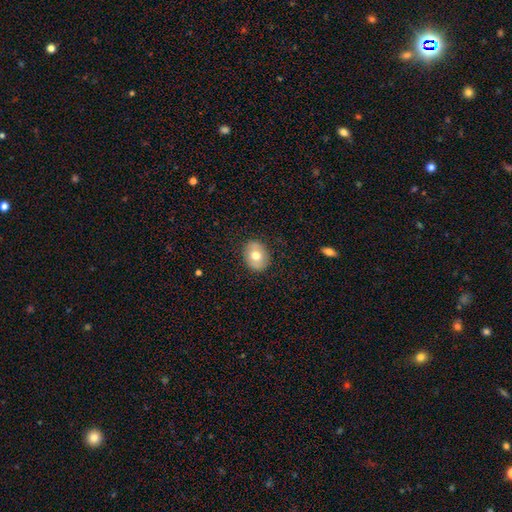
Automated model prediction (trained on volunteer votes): smooth_or_featured: smooth (p=0.68) [alt: featured or disk p=0.24]
how_rounded: in between (p=0.52) [alt: round p=0.47]
merging: none (p=0.86) [alt: minor disturbance p=0.10]